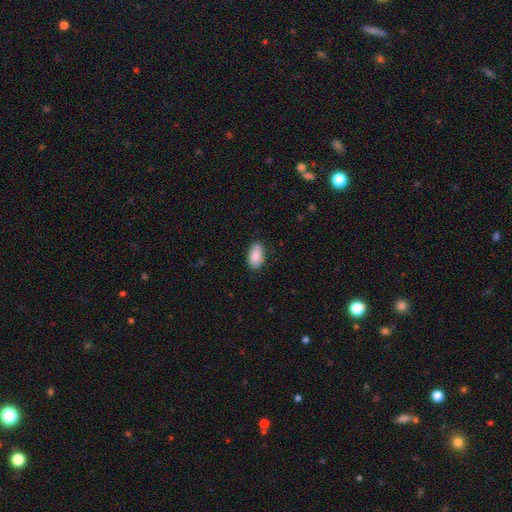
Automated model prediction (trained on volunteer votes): A smooth galaxy with no disk features (88%) that is in between round and cigar-shaped (94%).

Vote fractions:
- Smooth or featured? smooth: 88% / star or artifact: 6% / featured or disk: 5%
- How rounded? in between: 94% / round: 4% / cigar-shaped: 2%
- Merging? none: 85% / minor disturbance: 12% / major disturbance: 2% / merger: 1%